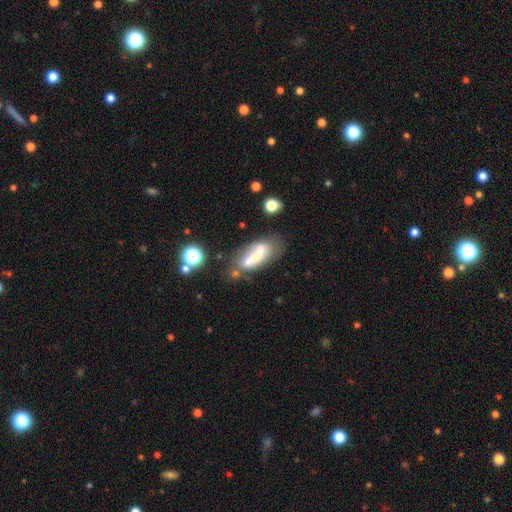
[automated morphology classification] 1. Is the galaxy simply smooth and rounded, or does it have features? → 53% smooth, 37% featured or disk, 10% star or artifact.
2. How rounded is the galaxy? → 68% in between, 28% cigar-shaped, 3% round.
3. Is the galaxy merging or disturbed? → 39% none, 24% merger, 22% minor disturbance, 15% major disturbance.